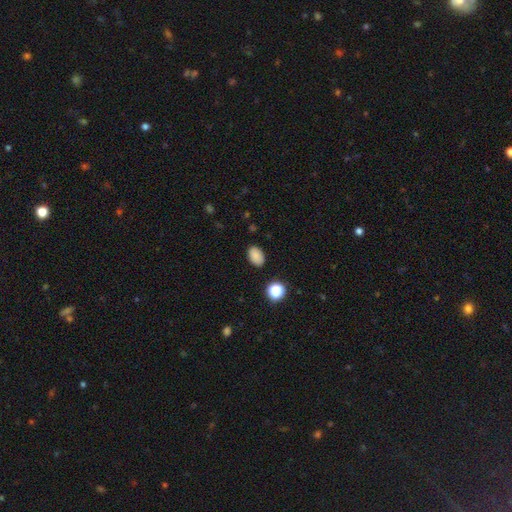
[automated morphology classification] A smooth galaxy with no disk features (85%) that is in between round and cigar-shaped (86%).

Vote fractions:
- Smooth or featured? smooth: 85% / star or artifact: 11% / featured or disk: 4%
- How rounded? in between: 86% / round: 13% / cigar-shaped: 1%
- Merging? none: 86% / minor disturbance: 10% / major disturbance: 2% / merger: 2%